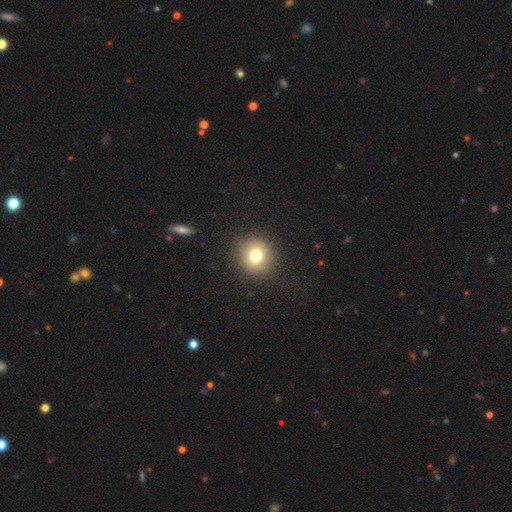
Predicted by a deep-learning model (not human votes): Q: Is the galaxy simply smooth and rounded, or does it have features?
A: smooth — 77%.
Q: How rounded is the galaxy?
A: round — 90%.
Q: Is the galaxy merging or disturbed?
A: none — 89%.